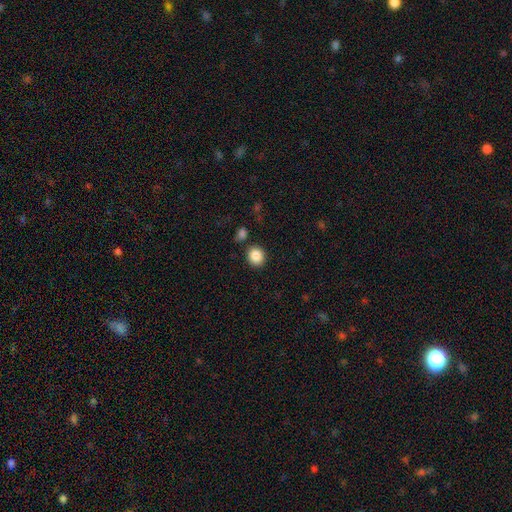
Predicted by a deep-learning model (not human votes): smooth 87%, star or artifact 9%, featured or disk 4%. Down the decision tree: how rounded — round (77%); merging — none (85%).